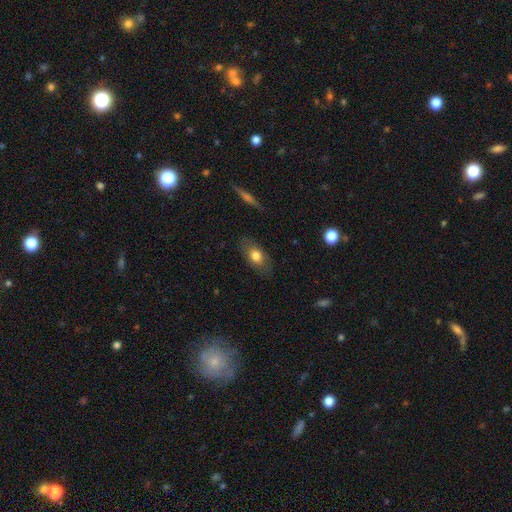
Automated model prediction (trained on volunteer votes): Smooth or featured? smooth (73%)
How rounded? in between (84%)
Merging? none (81%)